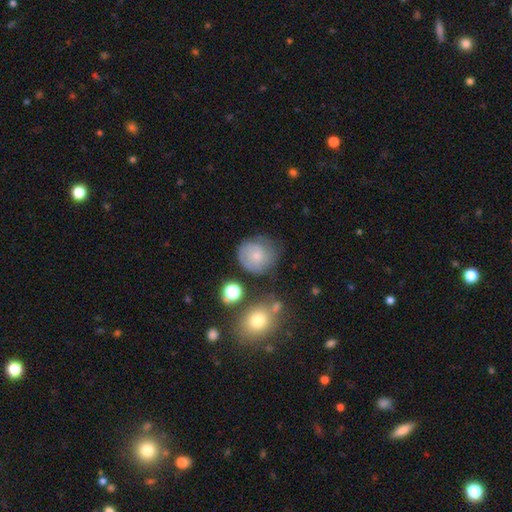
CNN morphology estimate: This is possibly a smooth galaxy (52%). How rounded: clearly round (82%). Merging: likely none (61%).